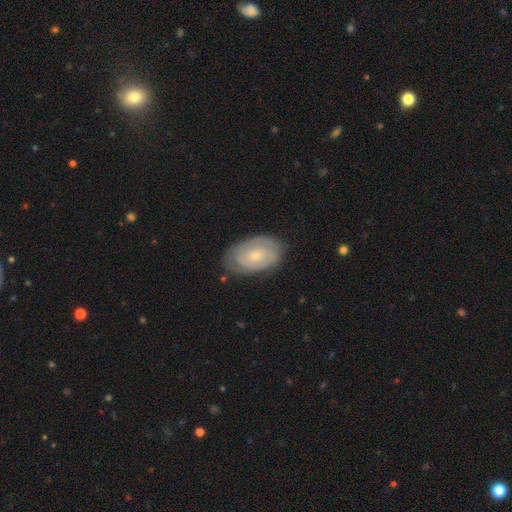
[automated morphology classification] Smooth or featured?
  - featured or disk: 67% *
  - smooth: 27%
  - star or artifact: 6%
Edge-on disk?
  - no: 95% *
  - yes: 5%
Bar?
  - no: 79% *
  - weak: 18%
  - strong: 3%
Spiral arms?
  - yes: 81% *
  - no: 19%
Spiral winding?
  - tight: 73% *
  - medium: 21%
  - loose: 6%
Spiral arm count?
  - can't tell: 47% *
  - 2: 32%
  - 3: 9%
  - 1: 5%
  - 4: 4%
  - more than 4: 3%
Bulge size?
  - small: 74% *
  - moderate: 23%
  - none: 1%
  - large: 1%
  - dominant: 1%
Merging?
  - none: 76% *
  - minor disturbance: 18%
  - major disturbance: 5%
  - merger: 1%